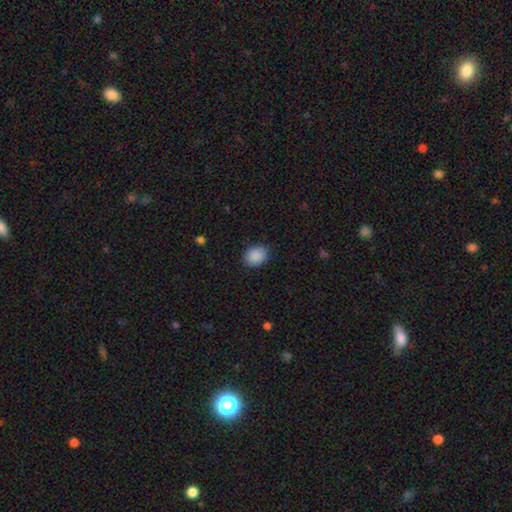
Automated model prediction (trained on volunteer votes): Smooth or featured? Predicted: smooth (p=0.89). How rounded? Predicted: in between (p=0.61). Merging? Predicted: none (p=0.87).